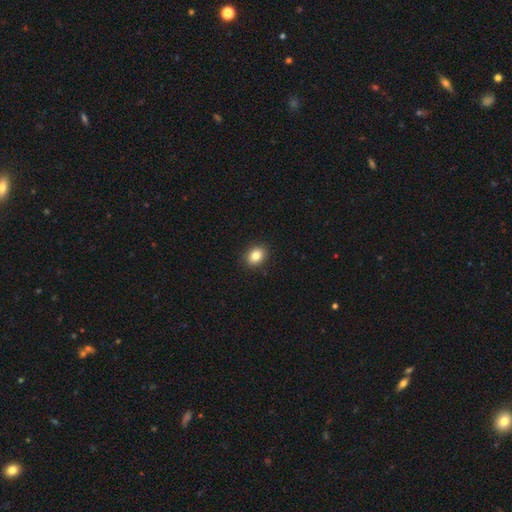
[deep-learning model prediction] A smooth galaxy with no disk features (85%) that is in between round and cigar-shaped (62%).

Vote fractions:
- Smooth or featured? smooth: 85% / star or artifact: 9% / featured or disk: 6%
- How rounded? in between: 62% / round: 37% / cigar-shaped: 1%
- Merging? none: 90% / minor disturbance: 7% / major disturbance: 2% / merger: 1%